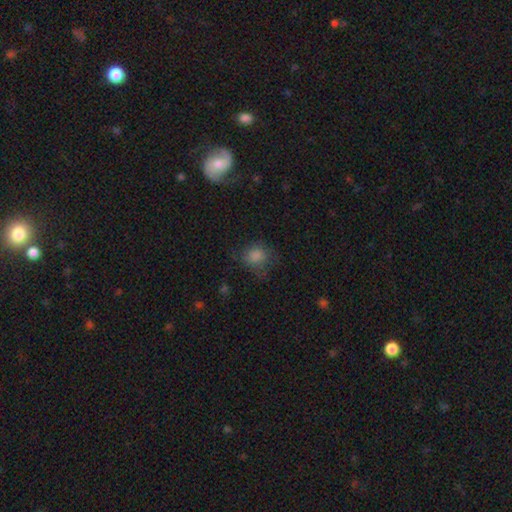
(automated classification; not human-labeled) A smooth galaxy with no disk features (76%) that is round (70%).

Vote fractions:
- Smooth or featured? smooth: 76% / star or artifact: 13% / featured or disk: 11%
- How rounded? round: 70% / in between: 29% / cigar-shaped: 1%
- Merging? none: 65% / minor disturbance: 21% / major disturbance: 13% / merger: 2%